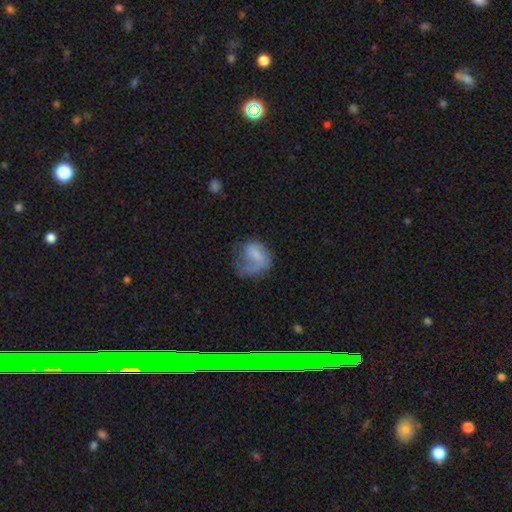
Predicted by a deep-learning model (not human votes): This is possibly a smooth galaxy (56%). How rounded: possibly round (54%). Merging: marginally major disturbance (40%).